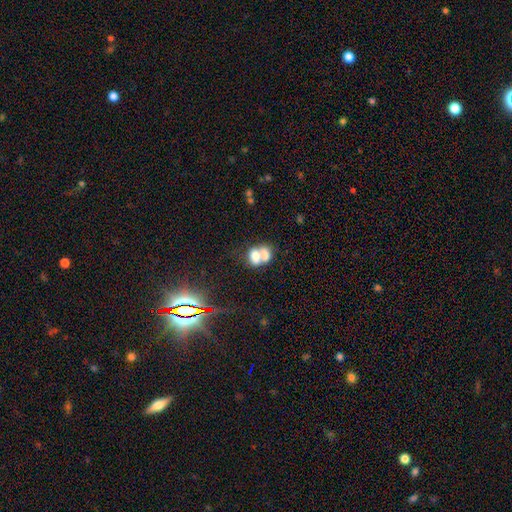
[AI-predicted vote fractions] smooth_or_featured: smooth (p=0.67) [alt: featured or disk p=0.22]
how_rounded: in between (p=0.69) [alt: round p=0.29]
merging: merger (p=0.70) [alt: none p=0.18]